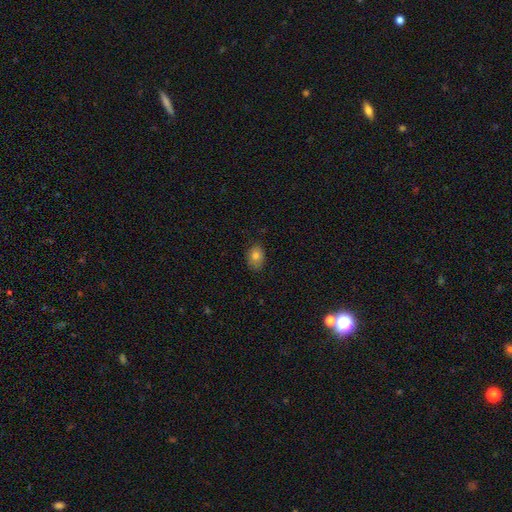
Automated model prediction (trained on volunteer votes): Smooth or featured: smooth — 81% (star or artifact — 10%)
How rounded: in between — 69% (round — 30%)
Merging: none — 75% (minor disturbance — 20%)